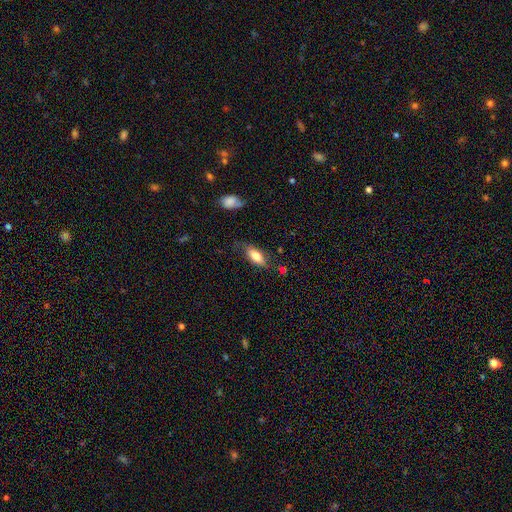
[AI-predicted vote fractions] Smooth or featured: smooth — 74% (featured or disk — 20%)
How rounded: in between — 82% (cigar-shaped — 16%)
Merging: none — 63% (minor disturbance — 26%)